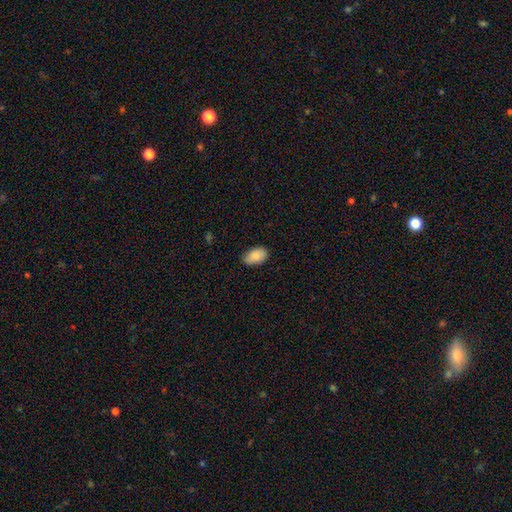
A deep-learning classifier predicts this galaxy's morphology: smooth-or-featured: smooth: 87% | featured or disk: 7% | star or artifact: 7%
  how-rounded: in between: 91% | round: 8% | cigar-shaped: 1%
  merging: none: 78% | minor disturbance: 18% | major disturbance: 3% | merger: 1%